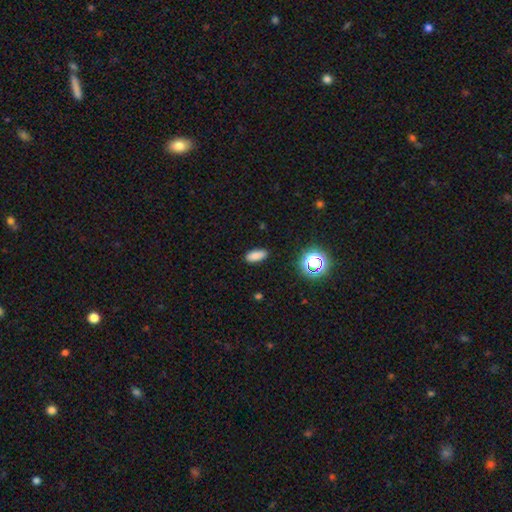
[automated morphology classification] A smooth galaxy with no disk features (81%) that is in between round and cigar-shaped (84%). Merging: none (87%).